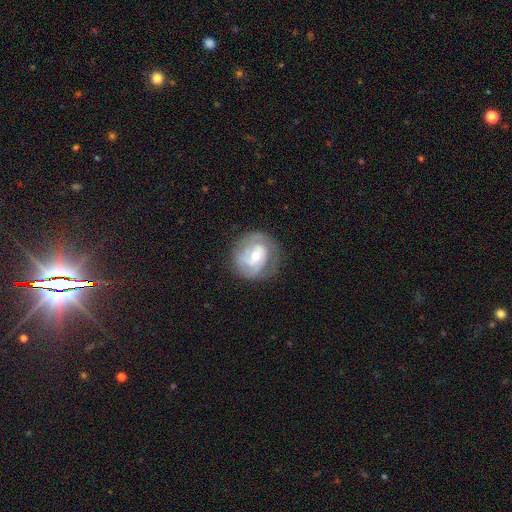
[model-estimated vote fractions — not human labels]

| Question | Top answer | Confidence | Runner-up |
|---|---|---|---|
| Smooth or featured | featured or disk | 68% | smooth (26%) |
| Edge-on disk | no | 97% | yes (3%) |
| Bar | no | 57% | weak (34%) |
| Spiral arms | yes | 85% | no (15%) |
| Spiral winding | tight | 47% | medium (38%) |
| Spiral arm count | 2 | 43% | can't tell (27%) |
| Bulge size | moderate | 52% | small (41%) |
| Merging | none | 71% | minor disturbance (18%) |